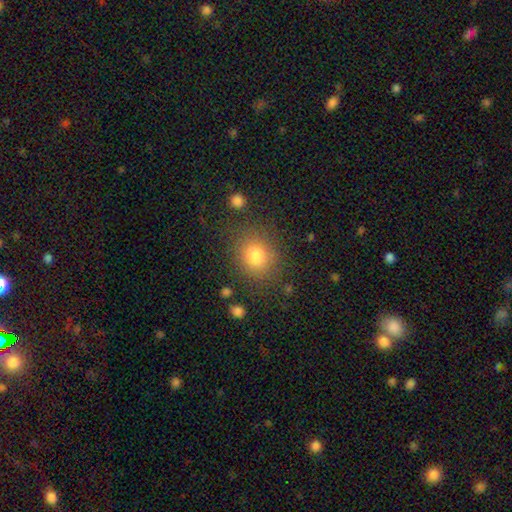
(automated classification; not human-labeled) The model was most divided on "how rounded": round: 66%, in between: 33%, cigar-shaped: 1%. More confident: smooth or featured — smooth (81%); merging — none (81%).